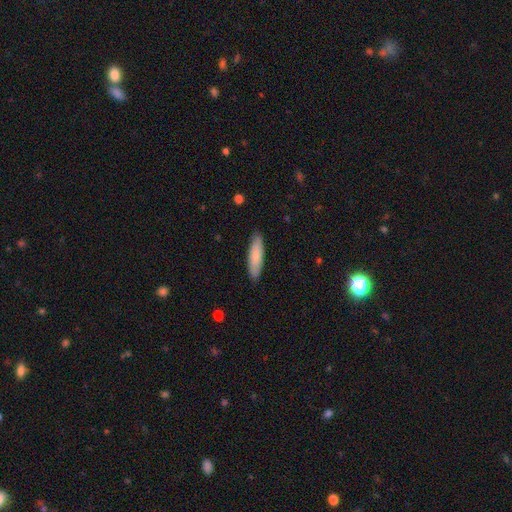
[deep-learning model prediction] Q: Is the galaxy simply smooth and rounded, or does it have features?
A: smooth — 81%.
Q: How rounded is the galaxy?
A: cigar-shaped — 66%.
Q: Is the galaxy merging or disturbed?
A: none — 88%.